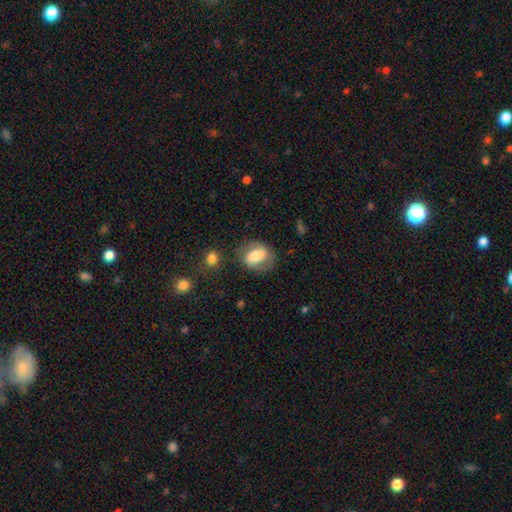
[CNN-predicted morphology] A smooth galaxy with no disk features (56%) that is in between round and cigar-shaped (67%). Merging: none (72%).